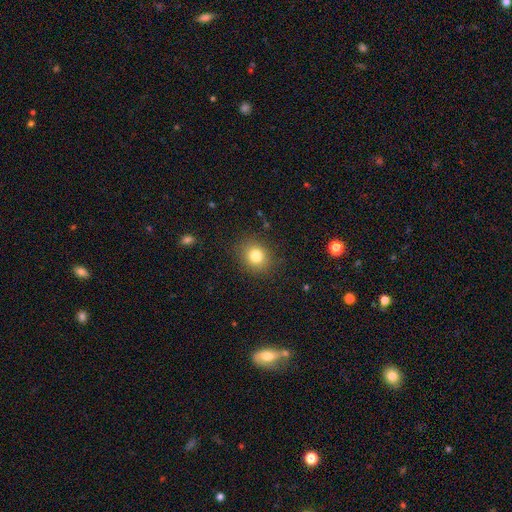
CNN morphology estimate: A smooth galaxy with no disk features (81%) that is round (72%). Merging: none (86%).